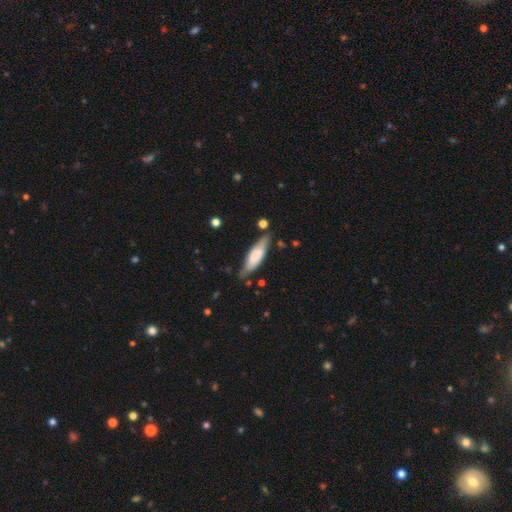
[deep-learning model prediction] The model was most divided on "how rounded": cigar-shaped: 51%, in between: 47%, round: 2%. More confident: merging — none (69%); smooth or featured — smooth (64%).